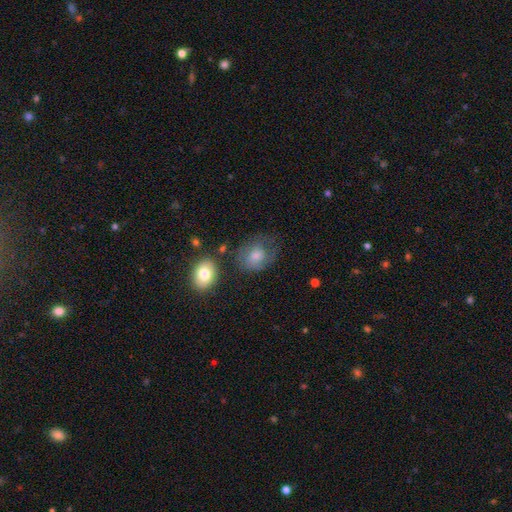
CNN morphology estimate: smooth-or-featured: smooth: 53% | featured or disk: 35% | star or artifact: 11%
  how-rounded: round: 56% | in between: 43% | cigar-shaped: 1%
  merging: none: 56% | minor disturbance: 24% | major disturbance: 16% | merger: 4%